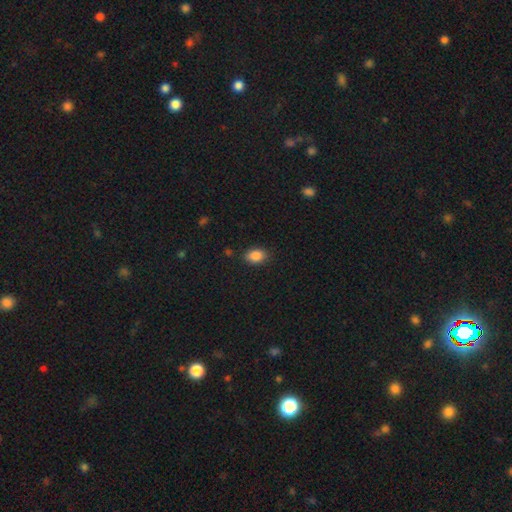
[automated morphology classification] The model was most divided on "how rounded": in between: 78%, round: 21%, cigar-shaped: 1%. More confident: smooth or featured — smooth (86%); merging — none (85%).